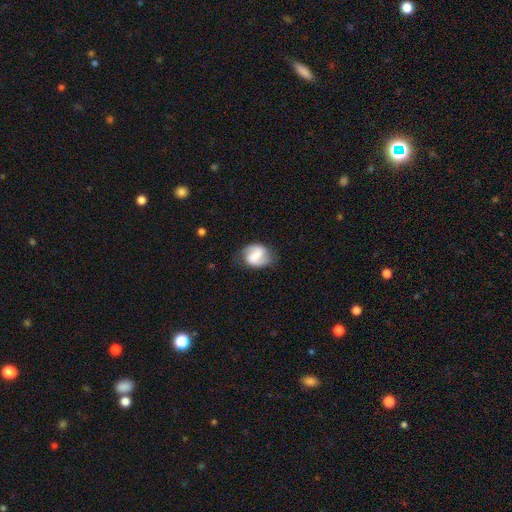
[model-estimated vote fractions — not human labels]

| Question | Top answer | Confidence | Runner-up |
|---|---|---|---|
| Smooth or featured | featured or disk | 59% | smooth (33%) |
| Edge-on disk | no | 98% | yes (2%) |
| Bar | weak | 41% | strong (39%) |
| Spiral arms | yes | 88% | no (12%) |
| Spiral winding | medium | 41% | loose (36%) |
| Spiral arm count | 2 | 87% | can't tell (6%) |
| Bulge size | none | 32% | small (26%) |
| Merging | none | 74% | minor disturbance (19%) |